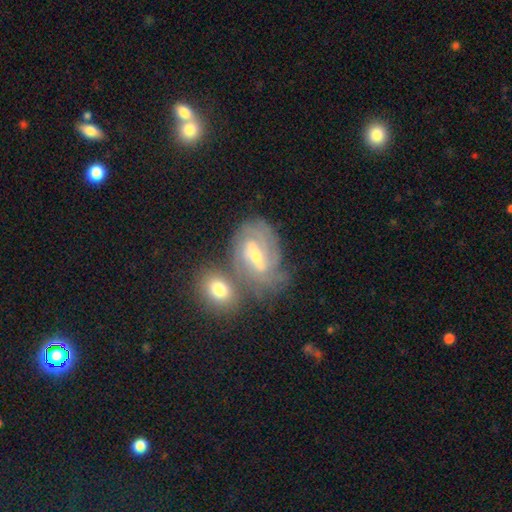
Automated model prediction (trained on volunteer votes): This is likely a featured or disk galaxy (78%). It is clearly not viewed edge-on (96%). Bar: possibly weak (52%). Spiral arm pattern: clearly yes (91%). Spiral arm count: marginally can't tell (35%). Spiral winding: possibly tight (57%). Central bulge: possibly small (49%). Merging: possibly none (53%).